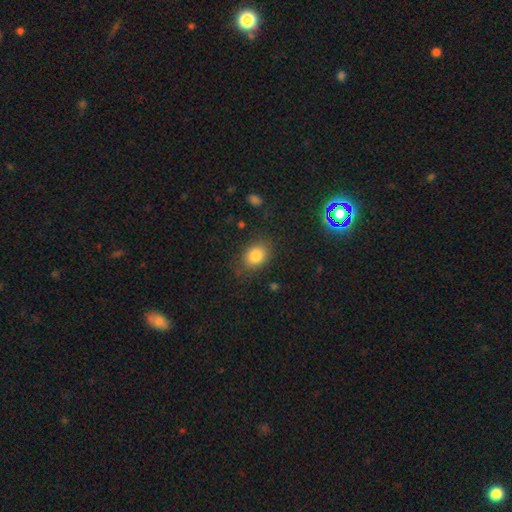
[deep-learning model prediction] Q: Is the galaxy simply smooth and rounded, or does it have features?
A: smooth — 83%.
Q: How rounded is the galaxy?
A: in between — 59%.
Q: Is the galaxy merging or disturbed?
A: none — 78%.